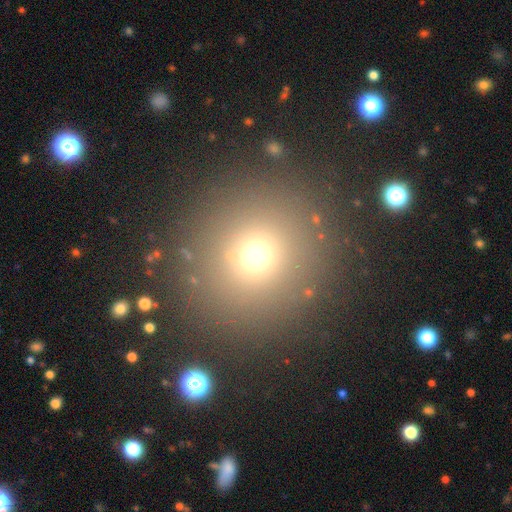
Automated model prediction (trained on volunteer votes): Smooth or featured? smooth (67%)
How rounded? round (94%)
Merging? none (88%)